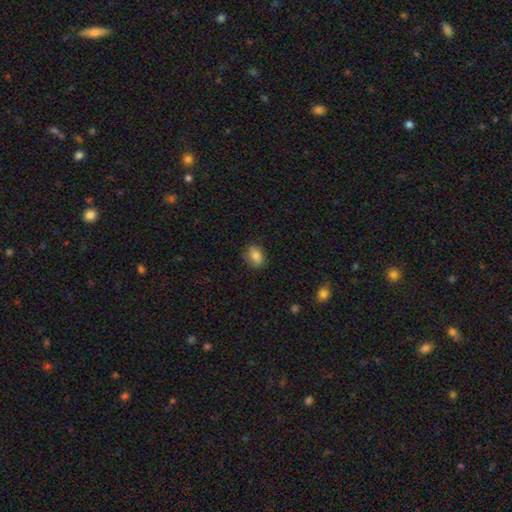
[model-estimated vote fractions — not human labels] Smooth or featured: smooth — 78% (featured or disk — 13%)
How rounded: in between — 68% (round — 30%)
Merging: none — 79% (minor disturbance — 16%)